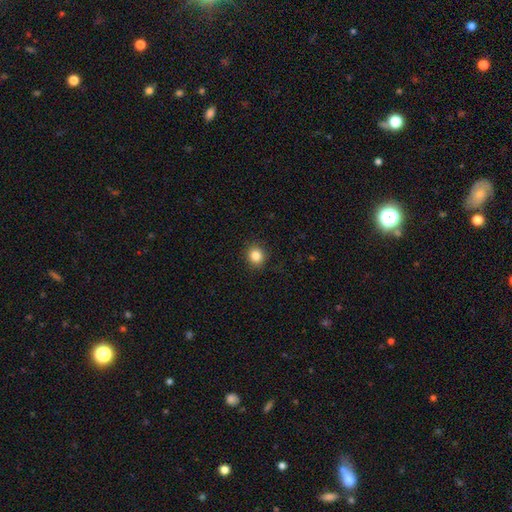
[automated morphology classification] type=smooth (84%); roundness=round (87%); merging=none (91%).